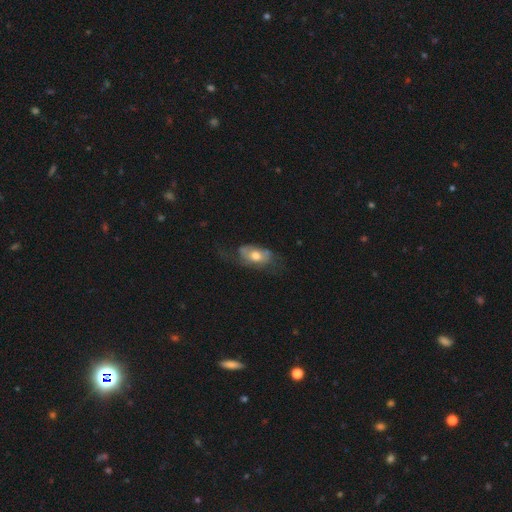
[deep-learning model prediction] Smooth or featured? Predicted: featured or disk (p=0.47). Merging? Predicted: none (p=0.42).